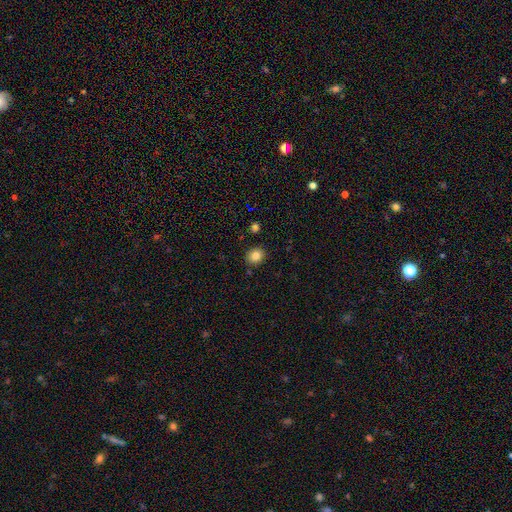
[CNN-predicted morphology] Smooth or featured? Predicted: smooth (p=0.83). How rounded? Predicted: round (p=0.70). Merging? Predicted: none (p=0.88).